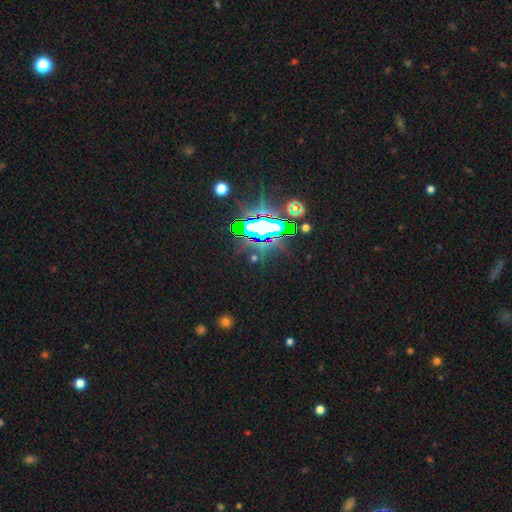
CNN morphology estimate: Smooth or featured?
  - star or artifact: 77% *
  - smooth: 11%
  - featured or disk: 11%